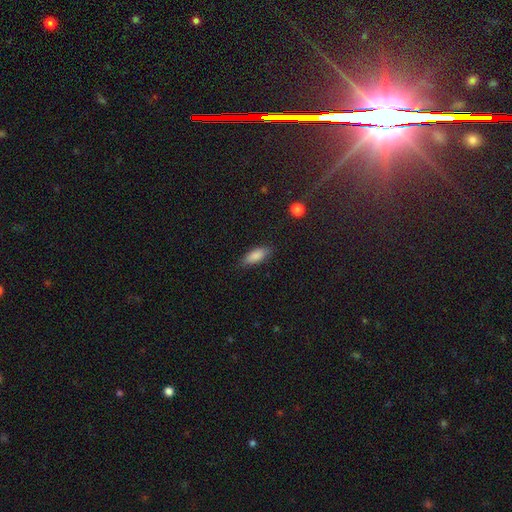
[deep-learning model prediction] A smooth galaxy with no disk features (85%) that is in between round and cigar-shaped (74%).

Vote fractions:
- Smooth or featured? smooth: 85% / featured or disk: 8% / star or artifact: 7%
- How rounded? in between: 74% / cigar-shaped: 24% / round: 2%
- Merging? none: 82% / minor disturbance: 14% / major disturbance: 3% / merger: 1%